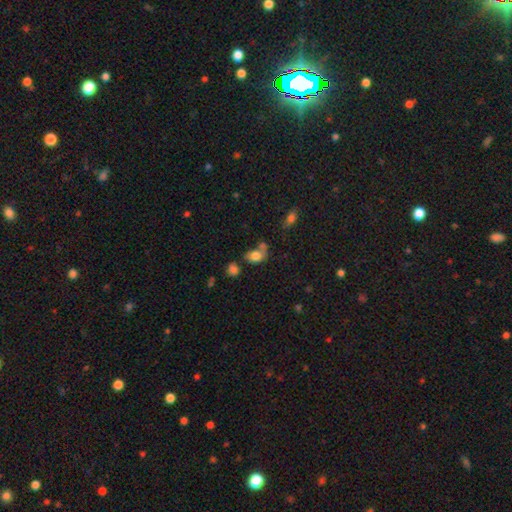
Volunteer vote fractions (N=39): smooth 74%, featured or disk 15%, star or artifact 10%. Down the decision tree: how rounded — in between (69%); merging — none (57%).